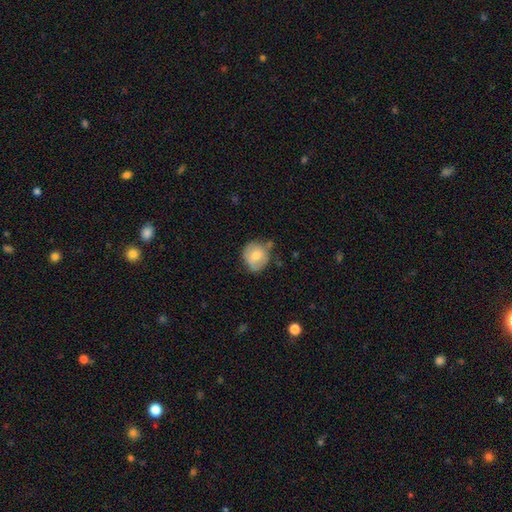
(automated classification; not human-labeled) smooth 69%, featured or disk 24%, star or artifact 7%. Down the decision tree: how rounded — round (77%); merging — none (60%).